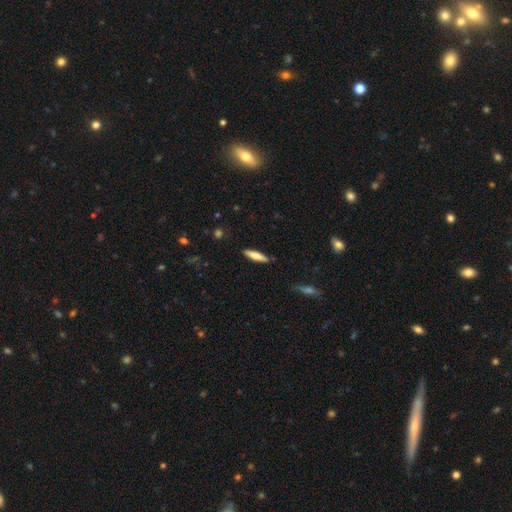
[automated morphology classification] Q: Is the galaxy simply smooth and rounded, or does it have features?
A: smooth — 72%.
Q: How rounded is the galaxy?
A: cigar-shaped — 81%.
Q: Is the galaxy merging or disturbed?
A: none — 87%.